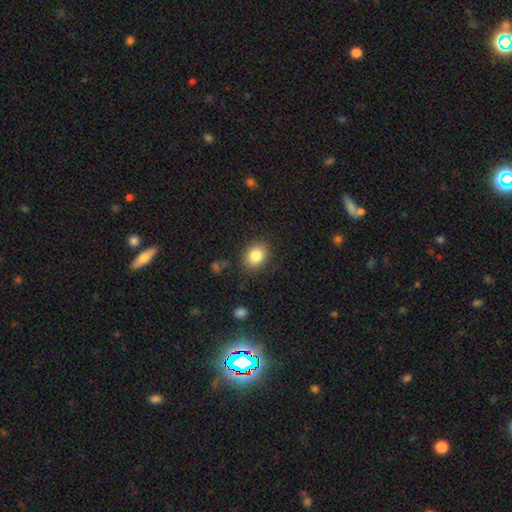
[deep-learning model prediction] Morphology: type=smooth (84%); roundness=round (51%); merging=none (85%).